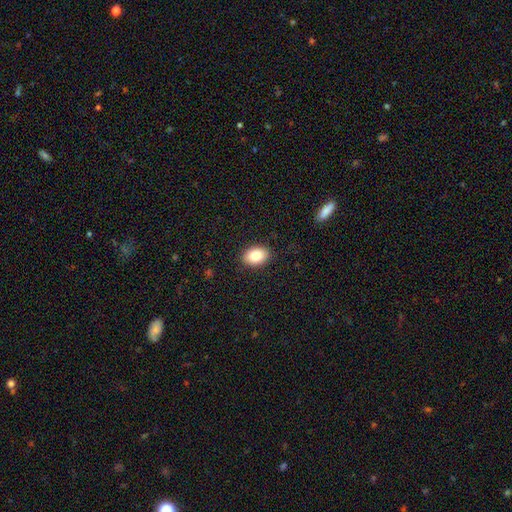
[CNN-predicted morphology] This is clearly a smooth galaxy (84%). How rounded: clearly in between (83%). Merging: clearly none (89%).